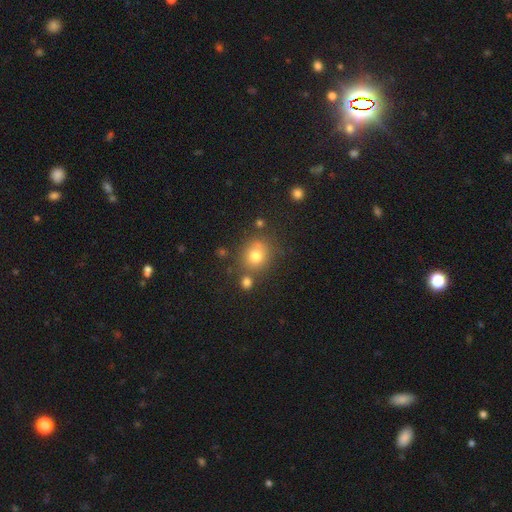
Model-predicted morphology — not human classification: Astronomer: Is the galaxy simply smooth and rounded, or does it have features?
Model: smooth — 75%.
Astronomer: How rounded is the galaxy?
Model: round — 82%.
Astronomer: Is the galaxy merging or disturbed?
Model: none — 70%.